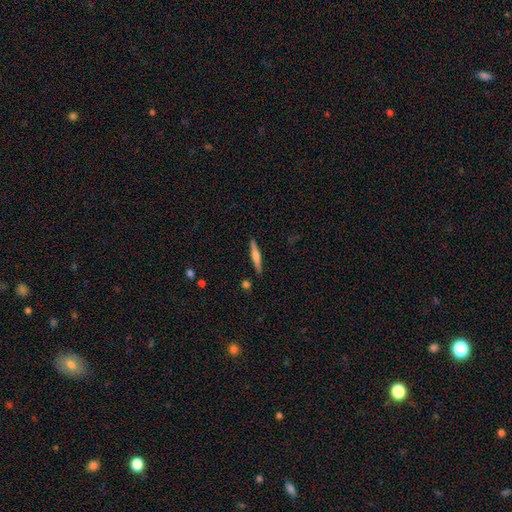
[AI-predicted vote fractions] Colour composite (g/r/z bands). It shows a featured or disk galaxy (54%) viewed edge-on (97%) with a rounded central bulge (79%). Merging: none (90%).